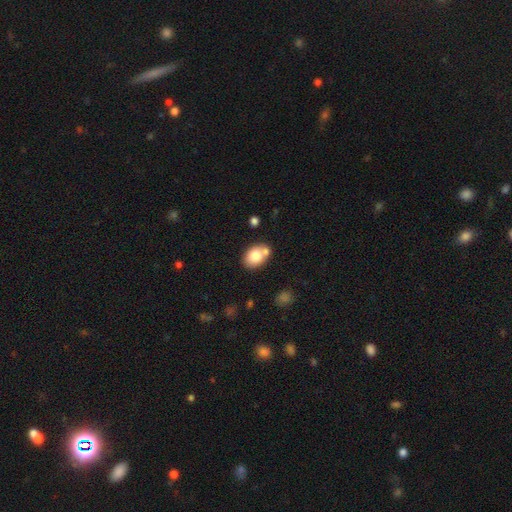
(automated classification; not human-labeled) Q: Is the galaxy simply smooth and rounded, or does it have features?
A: smooth — 78%.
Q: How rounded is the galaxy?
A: in between — 72%.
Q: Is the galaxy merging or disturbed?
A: none — 59%.